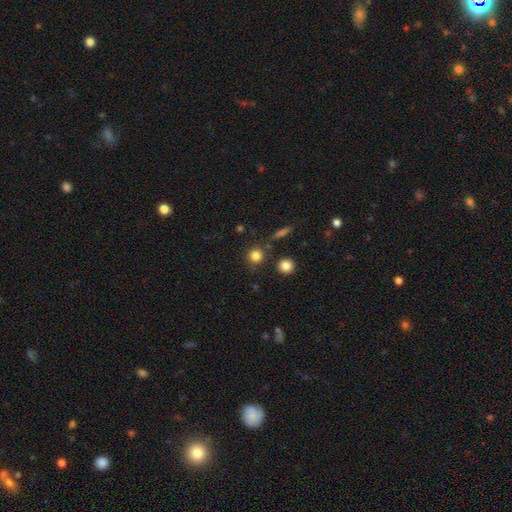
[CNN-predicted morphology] smooth 83%, star or artifact 11%, featured or disk 5%. Down the decision tree: how rounded — round (90%); merging — none (80%).